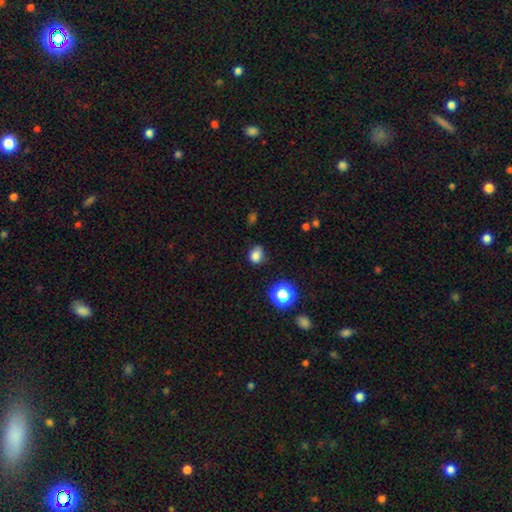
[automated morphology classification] Q: Smooth or featured?
A: smooth (80%); runner-up: star or artifact (14%)
Q: How rounded?
A: round (54%); runner-up: in between (46%)
Q: Merging?
A: none (66%); runner-up: minor disturbance (25%)